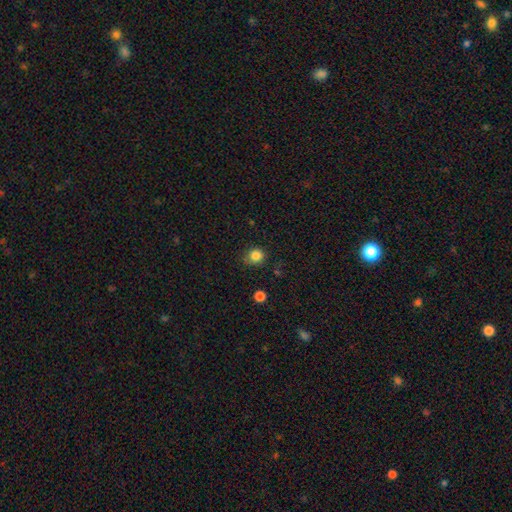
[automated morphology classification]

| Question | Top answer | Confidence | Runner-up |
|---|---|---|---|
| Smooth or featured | smooth | 84% | star or artifact (12%) |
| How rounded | round | 84% | in between (15%) |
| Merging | none | 80% | minor disturbance (15%) |